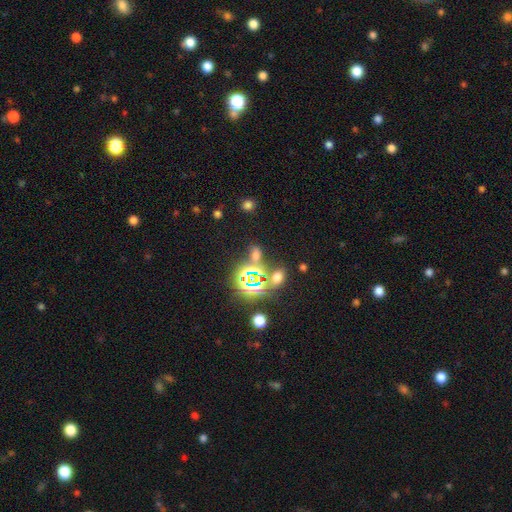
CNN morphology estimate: type=star or artifact (53%).